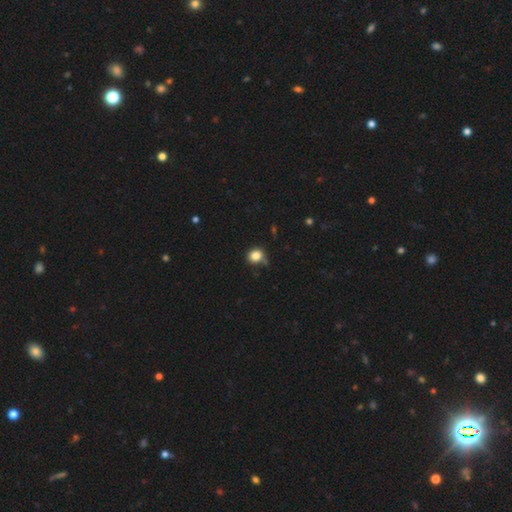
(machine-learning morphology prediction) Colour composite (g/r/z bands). It shows a smooth galaxy with no disk features (84%) that is round (78%). Merging: none (72%).